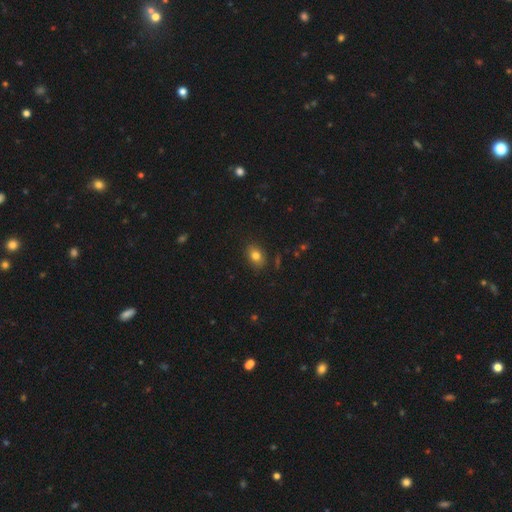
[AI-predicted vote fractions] Q: Smooth or featured?
A: smooth (81%); runner-up: star or artifact (11%)
Q: How rounded?
A: in between (70%); runner-up: round (28%)
Q: Merging?
A: none (84%); runner-up: minor disturbance (12%)